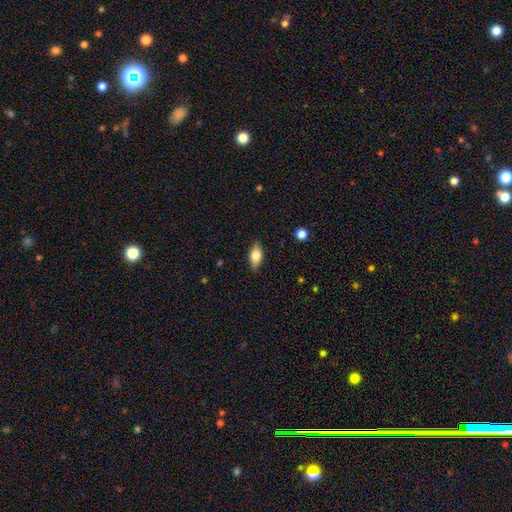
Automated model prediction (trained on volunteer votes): A smooth galaxy with no disk features (74%) that is in between round and cigar-shaped (85%).

Vote fractions:
- Smooth or featured? smooth: 74% / featured or disk: 19% / star or artifact: 7%
- How rounded? in between: 85% / cigar-shaped: 9% / round: 6%
- Merging? none: 85% / minor disturbance: 11% / major disturbance: 2% / merger: 1%